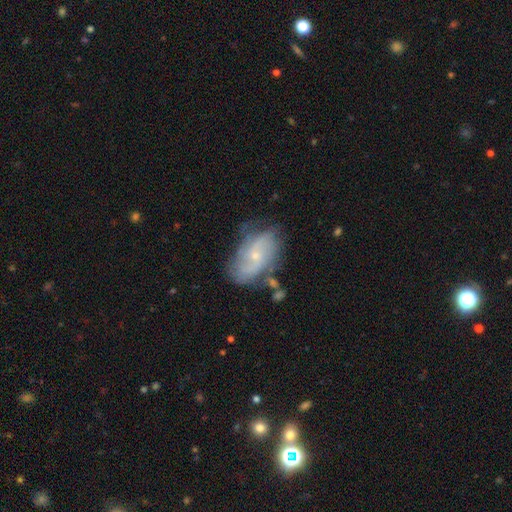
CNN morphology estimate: The model was most divided on "spiral winding": medium: 39%, loose: 33%, tight: 28%. More confident: edge-on disk — no (96%); spiral arms — yes (85%); bulge size — small (77%); smooth or featured — featured or disk (69%); bar — no (68%); merging — none (58%); spiral arm count — 2 (52%).